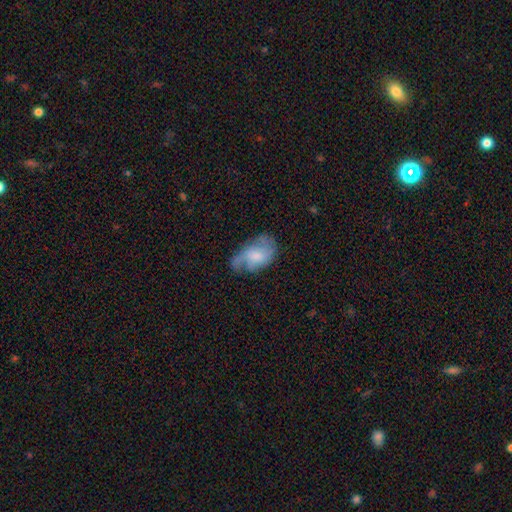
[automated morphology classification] smooth_or_featured: featured or disk (p=0.50) [alt: smooth p=0.42]
disk_edge_on: no (p=0.96) [alt: yes p=0.04]
merging: none (p=0.50) [alt: minor disturbance p=0.30]